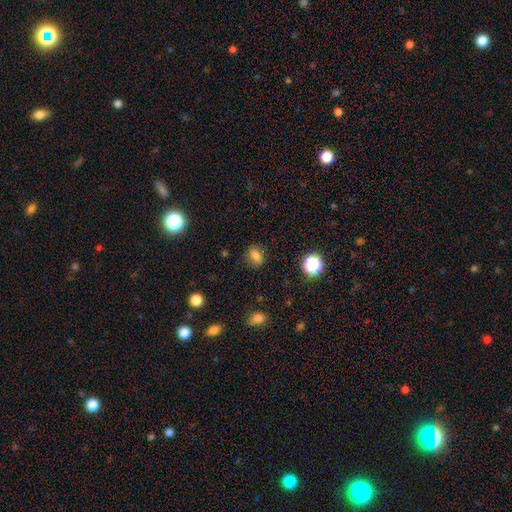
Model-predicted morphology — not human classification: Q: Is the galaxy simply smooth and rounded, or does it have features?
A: smooth — 77%.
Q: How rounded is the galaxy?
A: in between — 58%.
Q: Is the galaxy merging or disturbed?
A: none — 75%.